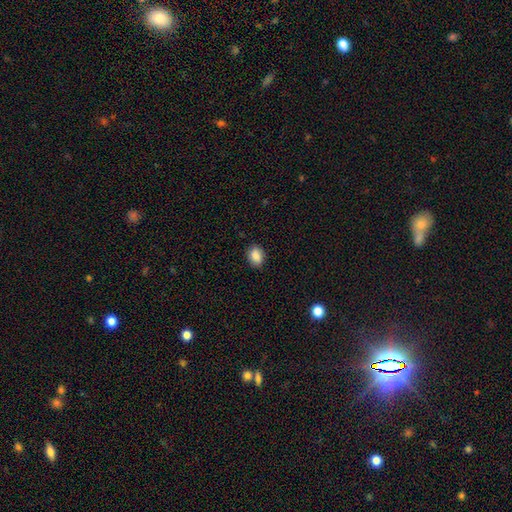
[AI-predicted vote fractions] Smooth or featured: smooth — 88% (star or artifact — 8%)
How rounded: in between — 72% (round — 27%)
Merging: none — 86% (minor disturbance — 11%)